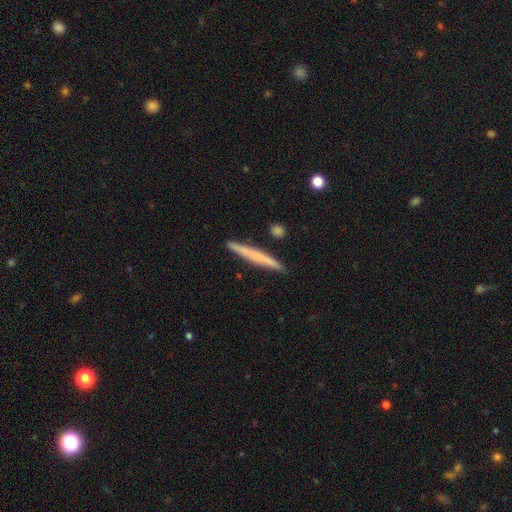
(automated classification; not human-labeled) This appears to be a smooth galaxy with no disk features (58%) that is cigar-shaped (97%). Merging: none (89%).